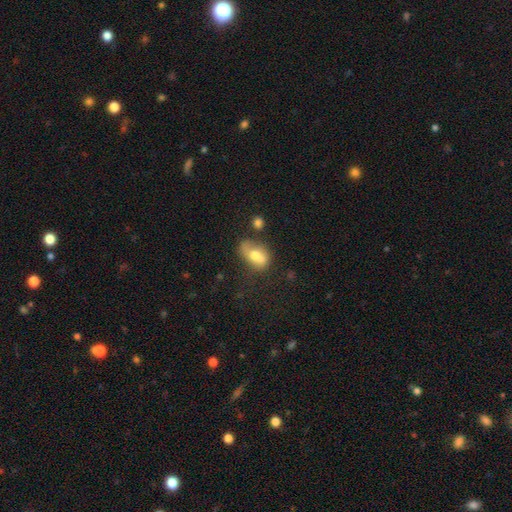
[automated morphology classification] Smooth or featured?
  - smooth: 56% *
  - featured or disk: 35%
  - star or artifact: 9%
How rounded?
  - in between: 80% *
  - round: 17%
  - cigar-shaped: 3%
Merging?
  - none: 42% *
  - minor disturbance: 24%
  - merger: 22%
  - major disturbance: 11%